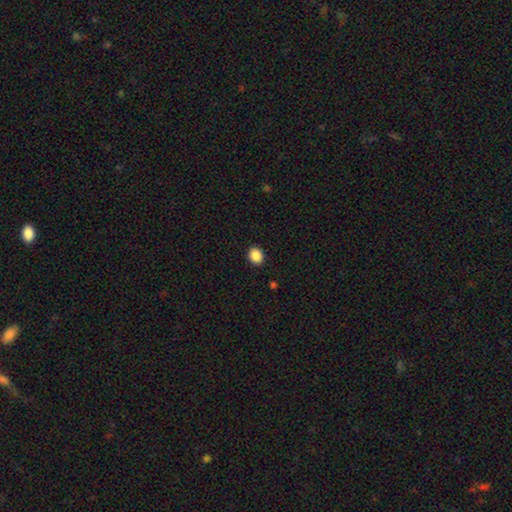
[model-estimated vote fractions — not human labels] Morphology: type=smooth (88%); roundness=round (56%); merging=none (91%).